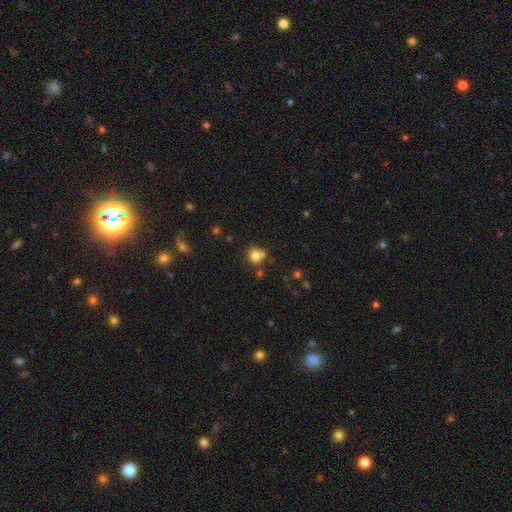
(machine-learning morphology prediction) Smooth or featured? smooth (78%)
How rounded? round (84%)
Merging? none (60%)